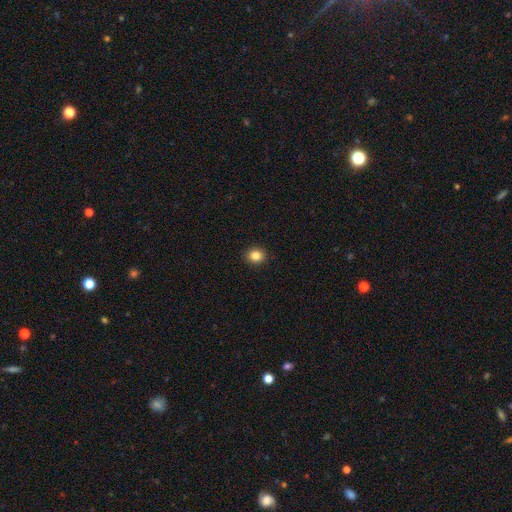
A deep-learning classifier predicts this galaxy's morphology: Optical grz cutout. It shows a smooth galaxy with no disk features (84%) that is round (80%). Merging: none (92%).